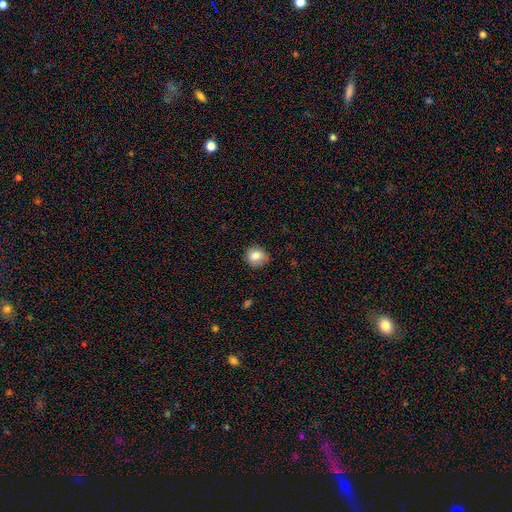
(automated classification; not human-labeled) The model was most divided on "merging": none: 82%, minor disturbance: 14%, major disturbance: 3%, merger: 1%. More confident: how rounded — round (85%); smooth or featured — smooth (83%).